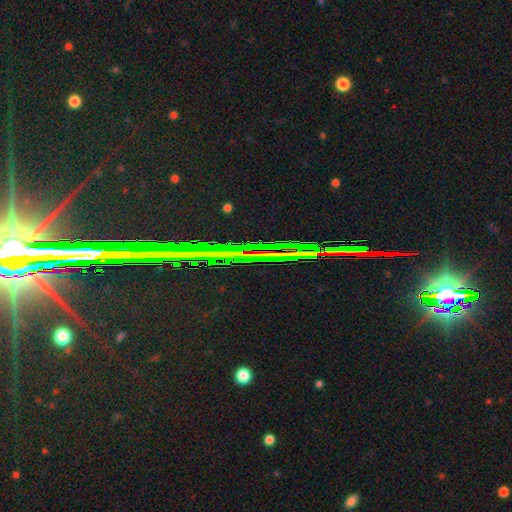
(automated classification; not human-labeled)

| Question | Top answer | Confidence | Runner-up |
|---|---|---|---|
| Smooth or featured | star or artifact | 80% | featured or disk (13%) |